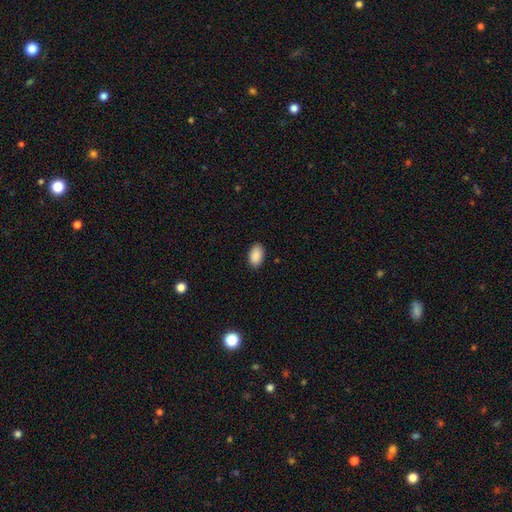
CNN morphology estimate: A smooth galaxy with no disk features (90%) that is in between round and cigar-shaped (93%). Merging: none (87%).